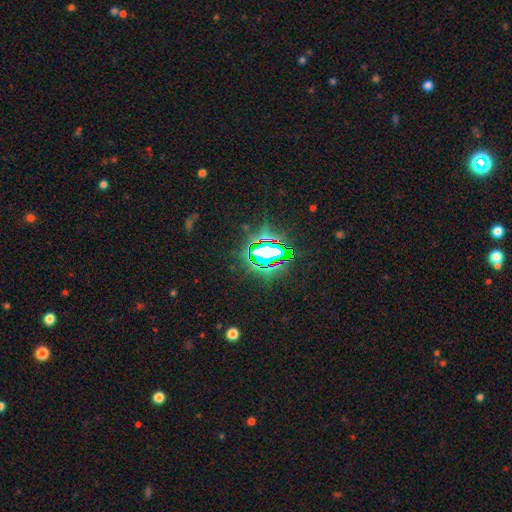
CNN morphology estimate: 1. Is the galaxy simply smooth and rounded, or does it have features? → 81% star or artifact, 10% smooth, 9% featured or disk.